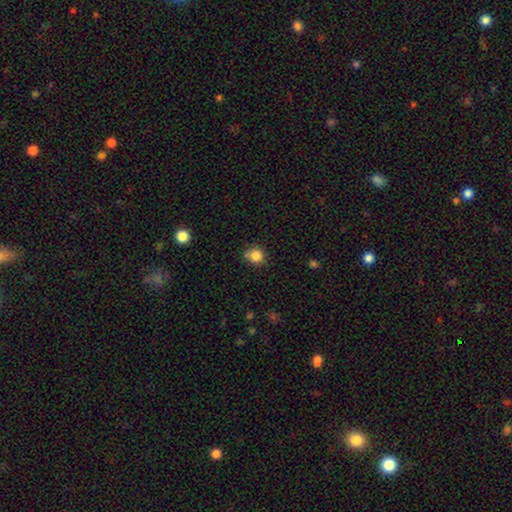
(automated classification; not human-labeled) This appears to be a smooth galaxy with no disk features (84%) that is round (88%). Merging: none (74%).